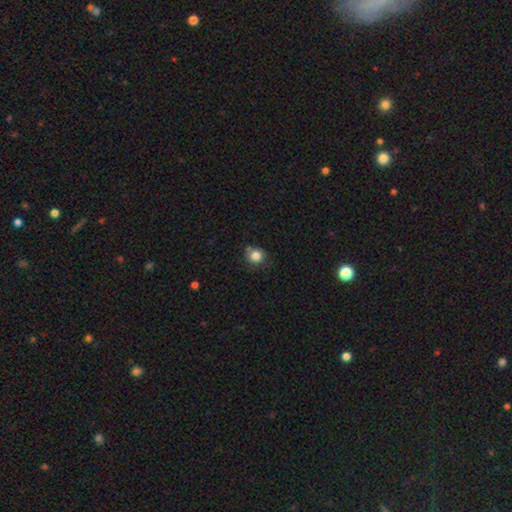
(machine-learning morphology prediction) This is clearly a smooth galaxy (83%). How rounded: clearly round (87%). Merging: likely none (73%).